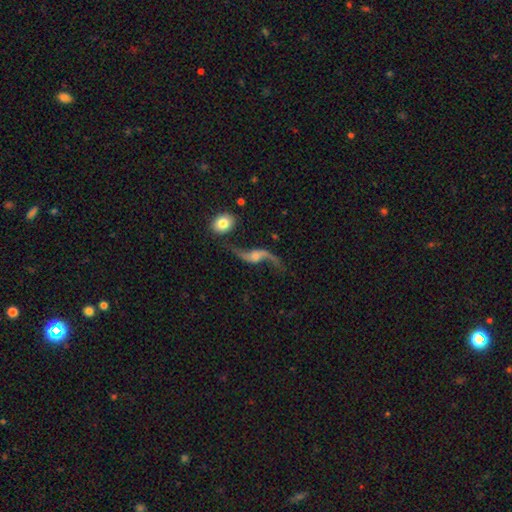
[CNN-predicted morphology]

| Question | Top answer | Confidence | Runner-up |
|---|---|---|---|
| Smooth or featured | featured or disk | 86% | smooth (7%) |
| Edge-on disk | no | 93% | yes (7%) |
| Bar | no | 58% | weak (31%) |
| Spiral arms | yes | 95% | no (5%) |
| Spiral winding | loose | 95% | medium (4%) |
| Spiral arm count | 2 | 93% | 1 (3%) |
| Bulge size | small | 45% | moderate (31%) |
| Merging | none | 61% | minor disturbance (18%) |